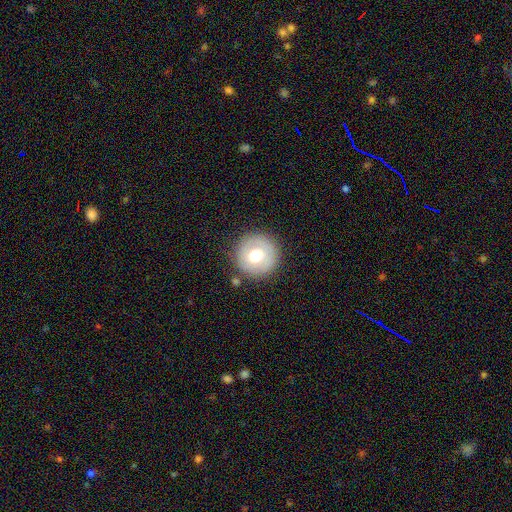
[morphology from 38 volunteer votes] Smooth or featured? smooth (82%)
How rounded? round (90%)
Merging? none (87%)